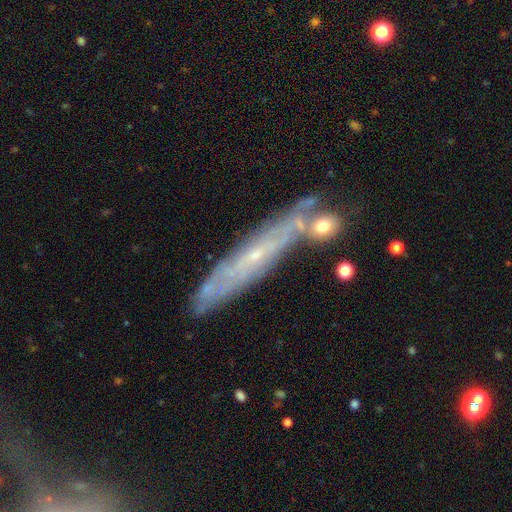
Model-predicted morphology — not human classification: Smooth or featured?
  - featured or disk: 70% *
  - smooth: 21%
  - star or artifact: 9%
Edge-on disk?
  - yes: 60% *
  - no: 40%
Merging?
  - none: 73% *
  - minor disturbance: 15%
  - merger: 8%
  - major disturbance: 4%